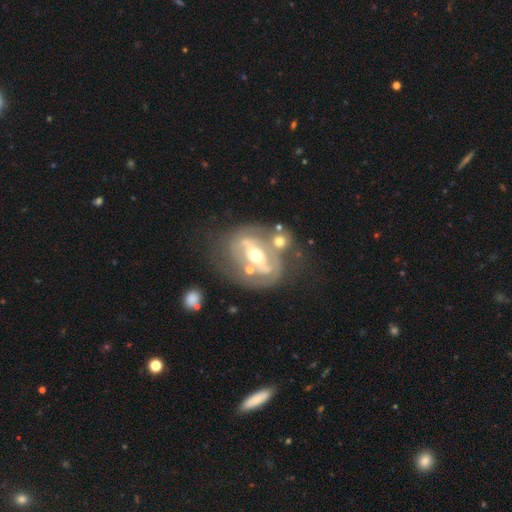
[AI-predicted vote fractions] Smooth or featured? Predicted: featured or disk (p=0.80). Edge-on disk? Predicted: no (p=0.92). Bar? Predicted: strong (p=0.61). Spiral arms? Predicted: yes (p=0.53). Bulge size? Predicted: moderate (p=0.68). Merging? Predicted: none (p=0.53).